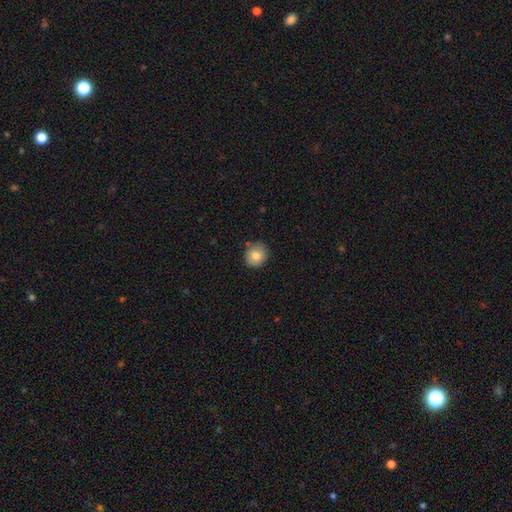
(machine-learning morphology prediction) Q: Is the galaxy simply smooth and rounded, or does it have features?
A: smooth — 79%.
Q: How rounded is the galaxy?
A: round — 86%.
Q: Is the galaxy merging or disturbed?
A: none — 83%.